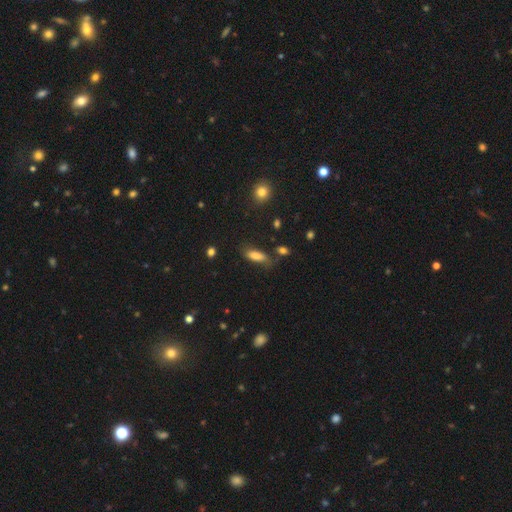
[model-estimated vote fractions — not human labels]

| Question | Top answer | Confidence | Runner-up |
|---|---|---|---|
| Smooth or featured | smooth | 79% | featured or disk (12%) |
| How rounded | in between | 69% | cigar-shaped (29%) |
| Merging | none | 61% | minor disturbance (25%) |